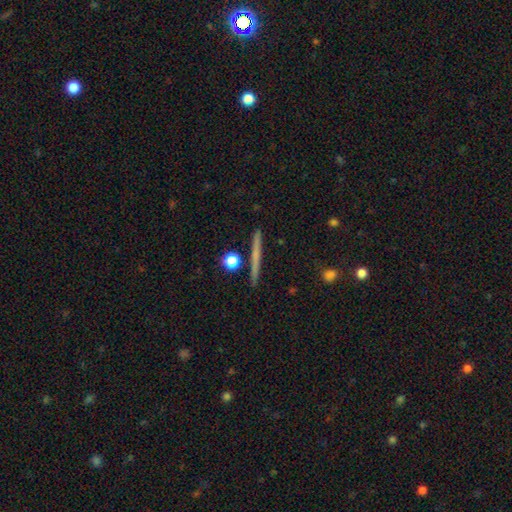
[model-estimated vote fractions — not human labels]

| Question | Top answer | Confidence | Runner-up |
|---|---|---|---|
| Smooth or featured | featured or disk | 47% | smooth (46%) |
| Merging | none | 91% | minor disturbance (6%) |